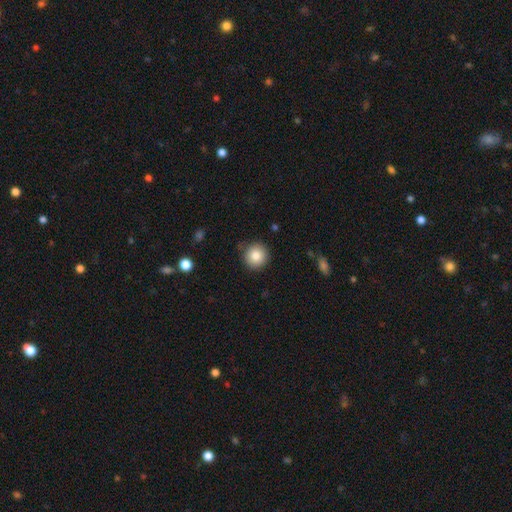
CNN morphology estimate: smooth_or_featured: smooth (p=0.83) [alt: star or artifact p=0.09]
how_rounded: round (p=0.94) [alt: in between p=0.05]
merging: none (p=0.88) [alt: minor disturbance p=0.09]